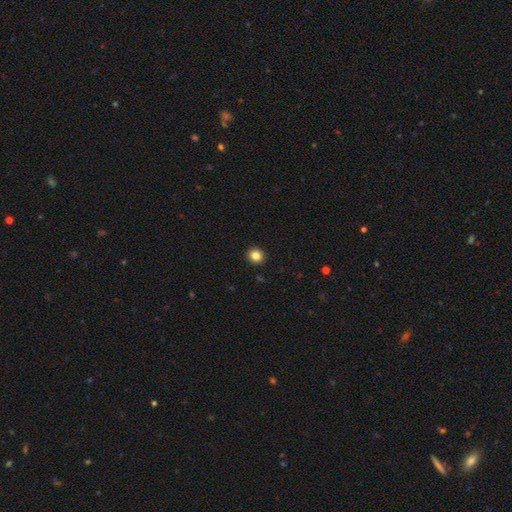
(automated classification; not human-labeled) Q: Smooth or featured?
A: smooth (84%); runner-up: star or artifact (11%)
Q: How rounded?
A: round (90%); runner-up: in between (9%)
Q: Merging?
A: none (93%); runner-up: minor disturbance (4%)